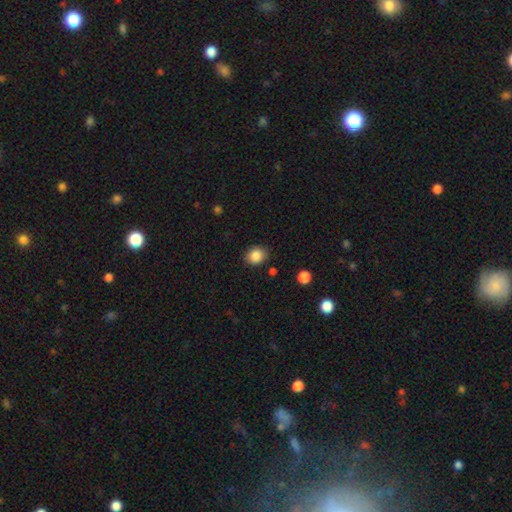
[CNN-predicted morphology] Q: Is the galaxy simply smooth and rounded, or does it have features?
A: smooth — 87%.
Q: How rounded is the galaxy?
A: round — 68%.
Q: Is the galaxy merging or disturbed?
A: none — 84%.